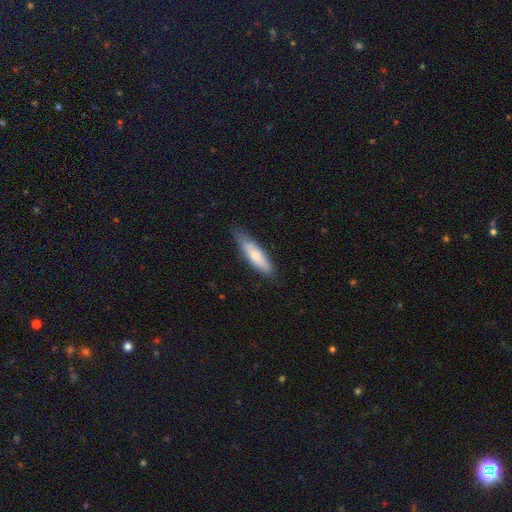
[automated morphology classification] smooth-or-featured: smooth: 73% | featured or disk: 22% | star or artifact: 5%
  how-rounded: cigar-shaped: 67% | in between: 32% | round: 1%
  merging: none: 69% | minor disturbance: 26% | major disturbance: 4% | merger: 1%